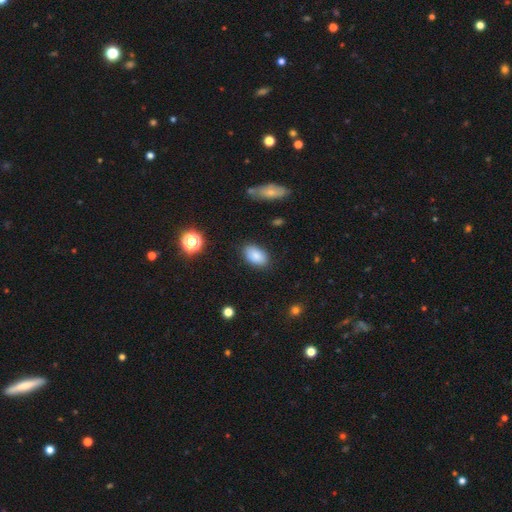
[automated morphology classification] A smooth galaxy with no disk features (85%) that is in between round and cigar-shaped (91%). Merging: none (84%).